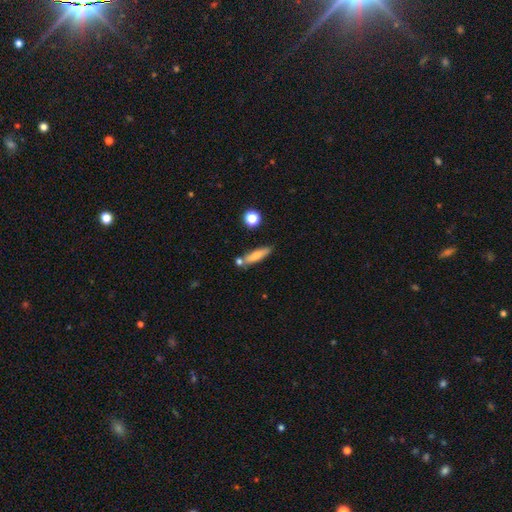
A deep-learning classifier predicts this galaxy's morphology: Q: Smooth or featured?
A: smooth (72%); runner-up: featured or disk (21%)
Q: How rounded?
A: cigar-shaped (74%); runner-up: in between (23%)
Q: Merging?
A: none (69%); runner-up: minor disturbance (14%)